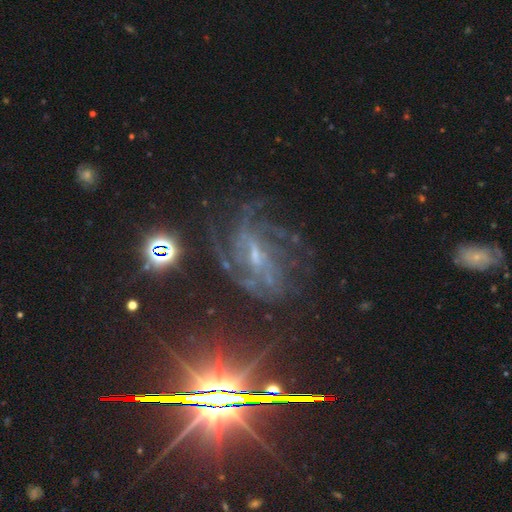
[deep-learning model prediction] smooth-or-featured: featured or disk: 71% | star or artifact: 21% | smooth: 7%
  disk-edge-on: no: 94% | yes: 6%
    bar: weak: 45% | no: 28% | strong: 27%
    has-spiral-arms: yes: 89% | no: 11%
      spiral-winding: medium: 44% | tight: 37% | loose: 19%
      spiral-arm-count: can't tell: 41% | 3: 16% | 2: 16% | 4: 13% | more than 4: 8% | 1: 7%
    bulge-size: small: 59% | moderate: 23% | none: 15% | large: 2% | dominant: 1%
  merging: none: 55% | major disturbance: 23% | minor disturbance: 18% | merger: 3%